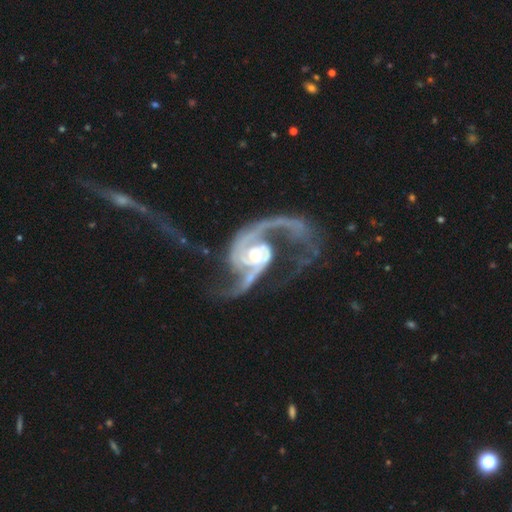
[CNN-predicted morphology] Smooth or featured? Predicted: featured or disk (p=0.92). Edge-on disk? Predicted: no (p=0.98). Bar? Predicted: no (p=0.59). Spiral arms? Predicted: yes (p=0.97). Spiral winding? Predicted: loose (p=0.48). Spiral arm count? Predicted: 2 (p=0.65). Bulge size? Predicted: moderate (p=0.51). Merging? Predicted: major disturbance (p=0.49).